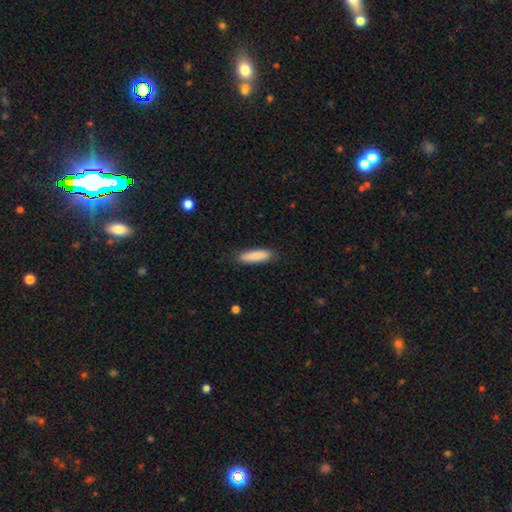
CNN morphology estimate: Overall: smooth (87%). How rounded: cigar-shaped (67%; in between 31%). Merging: none (87%).